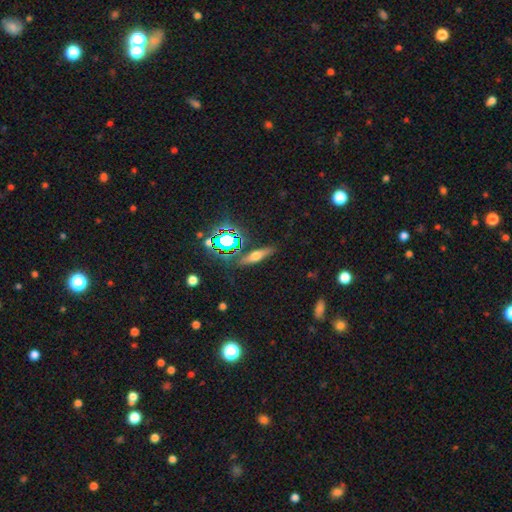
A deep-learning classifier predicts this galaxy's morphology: Smooth or featured: smooth — 42% (featured or disk — 38%)
Merging: none — 83% (minor disturbance — 11%)